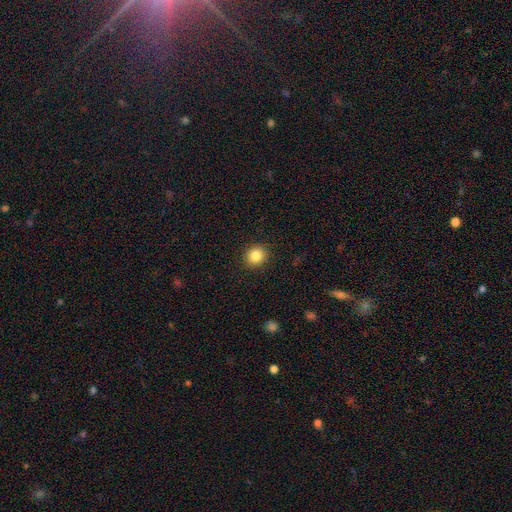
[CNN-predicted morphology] smooth-or-featured: smooth: 85% | star or artifact: 10% | featured or disk: 5%
  how-rounded: round: 86% | in between: 13% | cigar-shaped: 1%
  merging: none: 91% | minor disturbance: 6% | major disturbance: 2% | merger: 1%